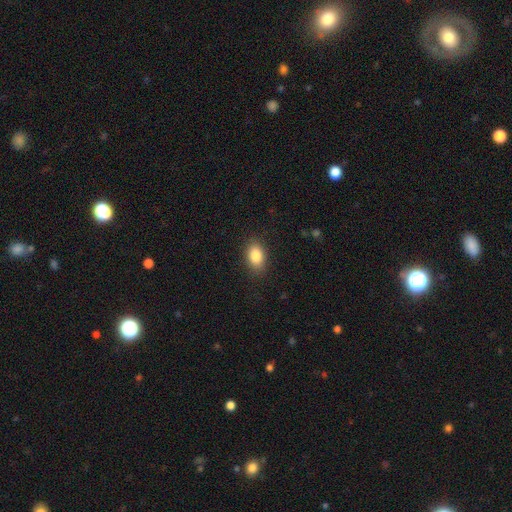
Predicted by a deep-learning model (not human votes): Overall: smooth (86%). How rounded: in between (85%). Merging: none (87%).